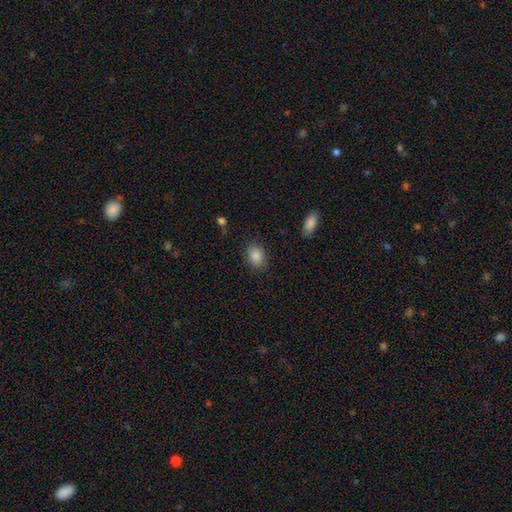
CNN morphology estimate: The model was most divided on "how rounded": in between: 64%, round: 35%, cigar-shaped: 1%. More confident: smooth or featured — smooth (87%); merging — none (84%).